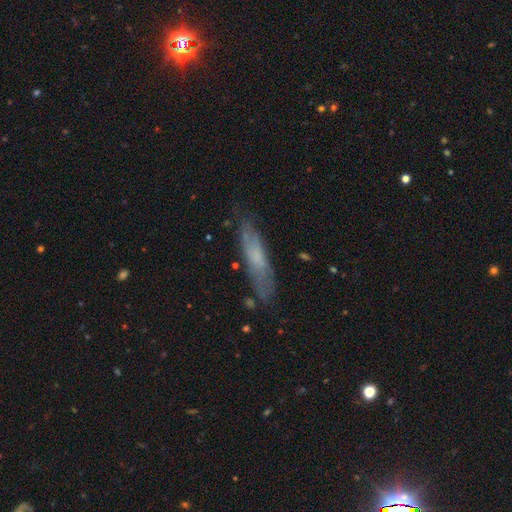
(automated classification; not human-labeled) A smooth galaxy with no disk features (51%) that is cigar-shaped (78%).

Vote fractions:
- Smooth or featured? smooth: 51% / featured or disk: 41% / star or artifact: 8%
- How rounded? cigar-shaped: 78% / in between: 20% / round: 2%
- Merging? none: 71% / minor disturbance: 21% / major disturbance: 6% / merger: 2%